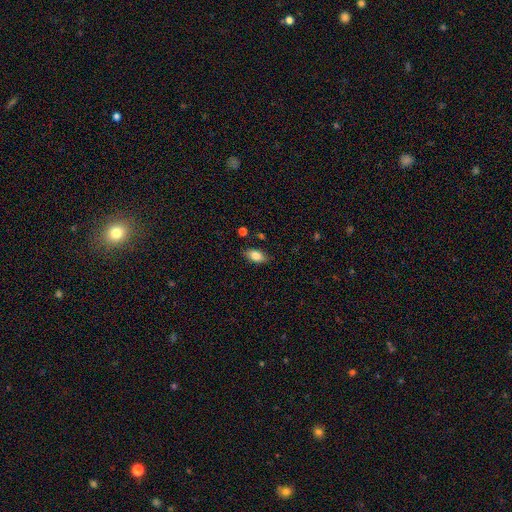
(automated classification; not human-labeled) Q: Smooth or featured?
A: smooth (80%); runner-up: featured or disk (12%)
Q: How rounded?
A: in between (90%); runner-up: round (5%)
Q: Merging?
A: none (82%); runner-up: minor disturbance (13%)